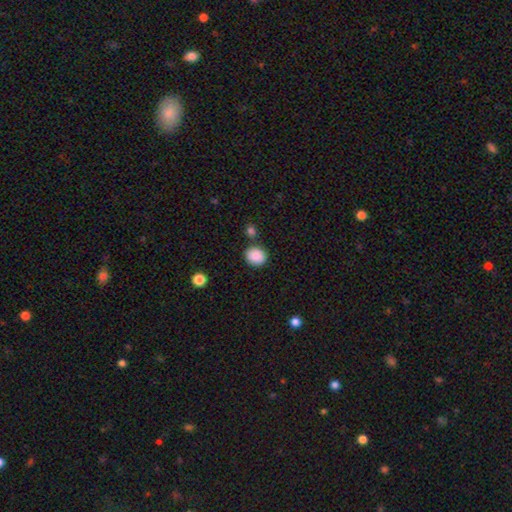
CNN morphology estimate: A smooth galaxy with no disk features (89%) that is round (68%).

Vote fractions:
- Smooth or featured? smooth: 89% / star or artifact: 8% / featured or disk: 3%
- How rounded? round: 68% / in between: 31% / cigar-shaped: 1%
- Merging? none: 81% / minor disturbance: 11% / merger: 5% / major disturbance: 3%